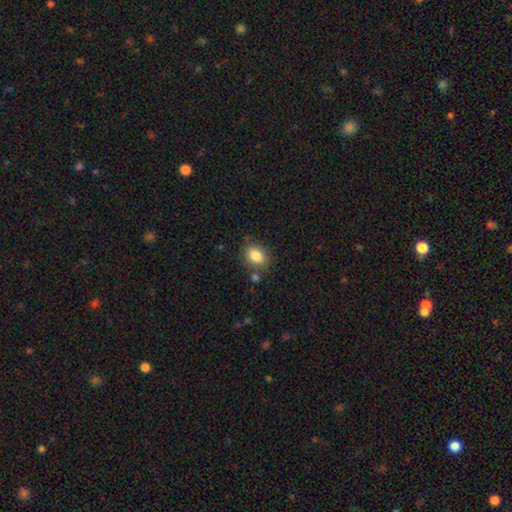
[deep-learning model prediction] smooth_or_featured: smooth (p=0.84) [alt: star or artifact p=0.09]
how_rounded: in between (p=0.68) [alt: round p=0.31]
merging: none (p=0.75) [alt: minor disturbance p=0.14]